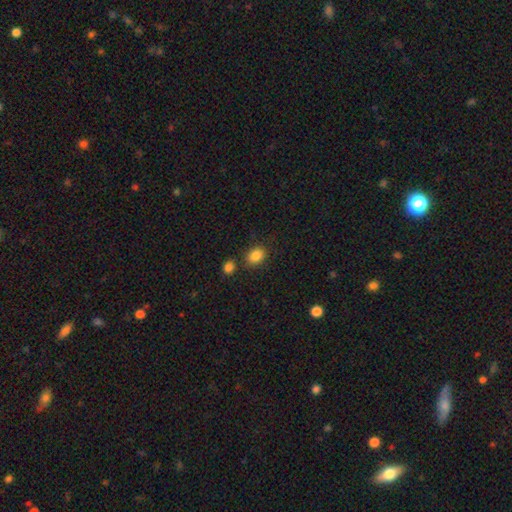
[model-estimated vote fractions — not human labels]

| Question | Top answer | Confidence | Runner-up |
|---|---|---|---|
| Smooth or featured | smooth | 85% | star or artifact (9%) |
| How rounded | in between | 67% | round (32%) |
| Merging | none | 76% | minor disturbance (12%) |